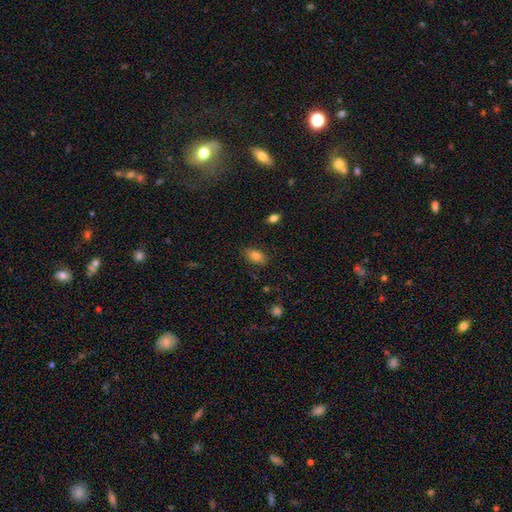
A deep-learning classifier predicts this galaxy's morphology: Smooth or featured: smooth — 82% (featured or disk — 9%)
How rounded: in between — 89% (round — 7%)
Merging: none — 84% (minor disturbance — 12%)